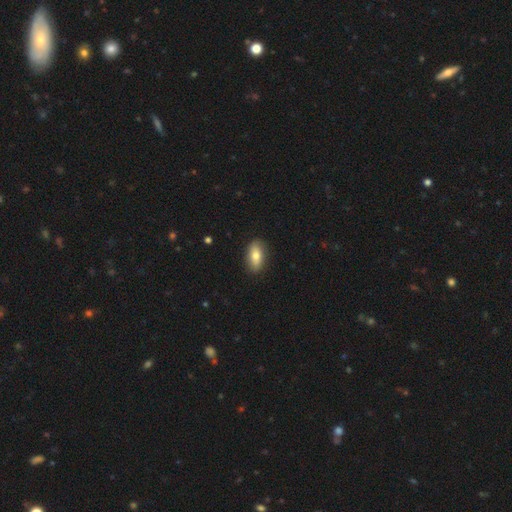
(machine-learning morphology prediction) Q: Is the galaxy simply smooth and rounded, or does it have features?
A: smooth — 77%.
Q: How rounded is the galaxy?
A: in between — 89%.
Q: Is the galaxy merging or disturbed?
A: none — 86%.